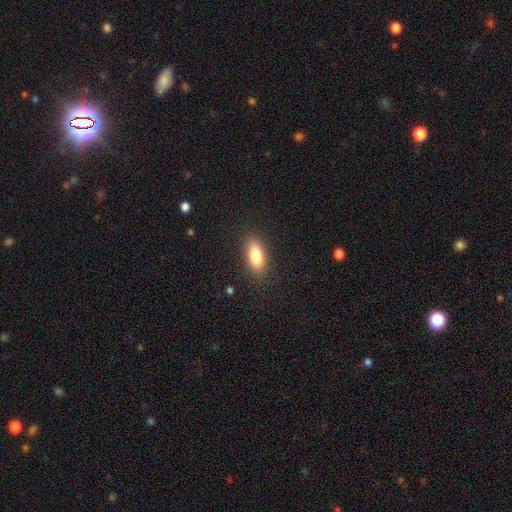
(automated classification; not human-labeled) smooth-or-featured: smooth: 83% | featured or disk: 10% | star or artifact: 7%
  how-rounded: in between: 82% | cigar-shaped: 15% | round: 3%
  merging: none: 87% | minor disturbance: 9% | major disturbance: 3% | merger: 1%